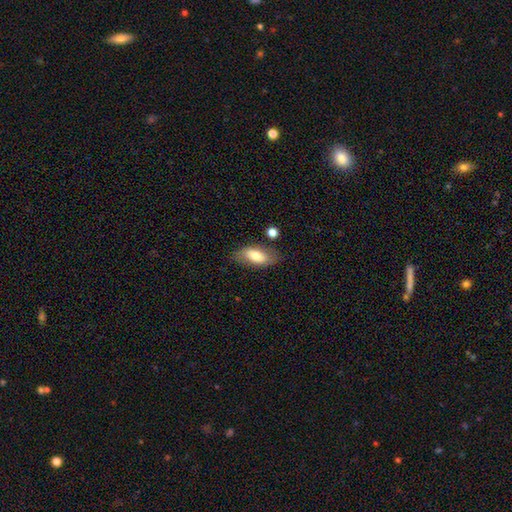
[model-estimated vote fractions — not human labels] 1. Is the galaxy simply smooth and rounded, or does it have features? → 71% smooth, 22% featured or disk, 7% star or artifact.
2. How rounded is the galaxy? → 87% in between, 10% cigar-shaped, 3% round.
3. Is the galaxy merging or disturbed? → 72% none, 18% minor disturbance, 6% major disturbance, 5% merger.